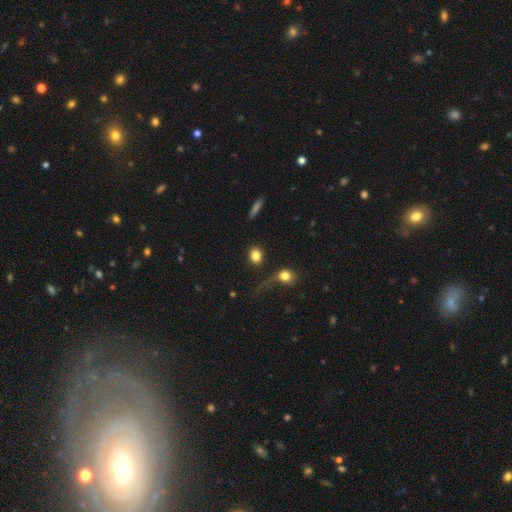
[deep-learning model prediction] A smooth galaxy with no disk features (83%) that is round (58%).

Vote fractions:
- Smooth or featured? smooth: 83% / star or artifact: 9% / featured or disk: 7%
- How rounded? round: 58% / in between: 40% / cigar-shaped: 2%
- Merging? none: 78% / minor disturbance: 10% / merger: 7% / major disturbance: 6%